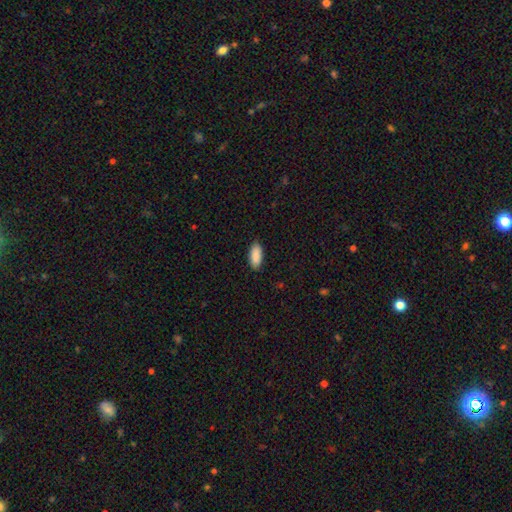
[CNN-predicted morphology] type=smooth (91%); roundness=in between (84%); merging=none (87%).